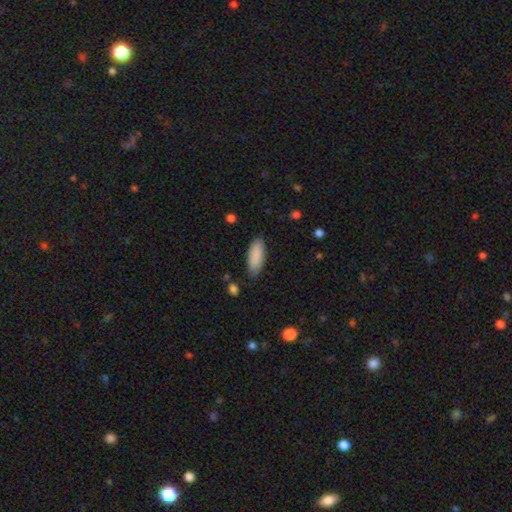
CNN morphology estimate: Overall: smooth (89%). How rounded: in between (76%). Merging: none (82%).